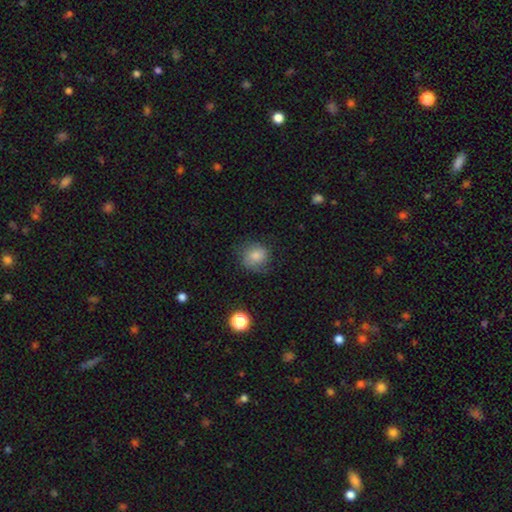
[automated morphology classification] Smooth or featured: smooth — 70% (featured or disk — 19%)
How rounded: round — 78% (in between — 21%)
Merging: none — 61% (minor disturbance — 25%)